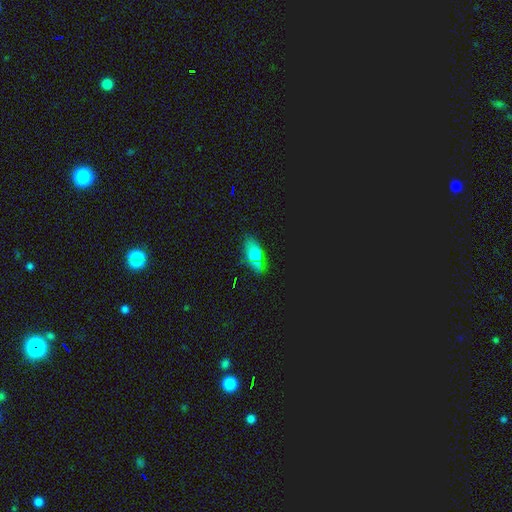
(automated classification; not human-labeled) The model was most divided on "smooth or featured": smooth: 59%, star or artifact: 24%, featured or disk: 17%. More confident: how rounded — in between (81%); merging — none (71%).